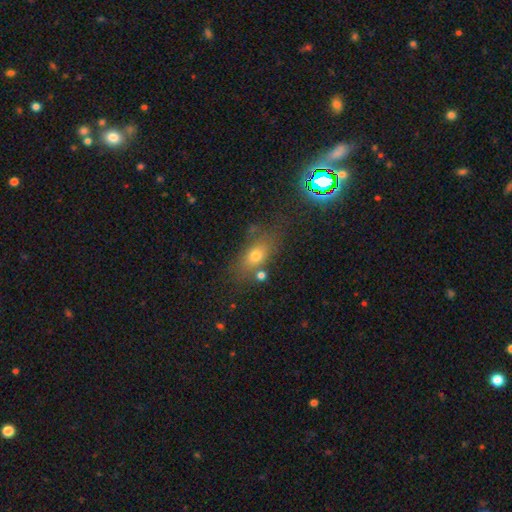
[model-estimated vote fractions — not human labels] Q: Smooth or featured?
A: smooth (68%); runner-up: featured or disk (17%)
Q: How rounded?
A: in between (73%); runner-up: round (20%)
Q: Merging?
A: none (64%); runner-up: minor disturbance (17%)